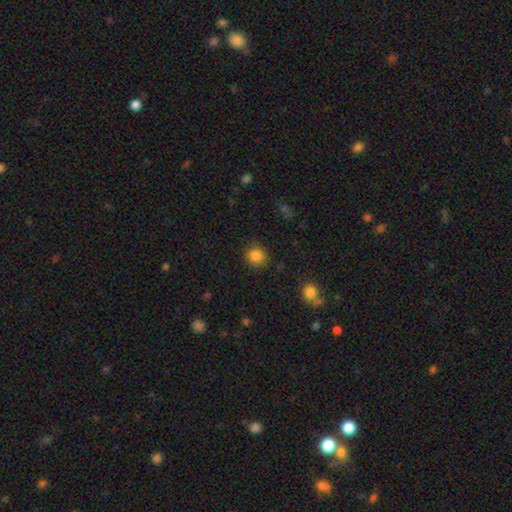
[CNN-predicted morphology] Overall: smooth (85%). How rounded: round (88%). Merging: none (86%).